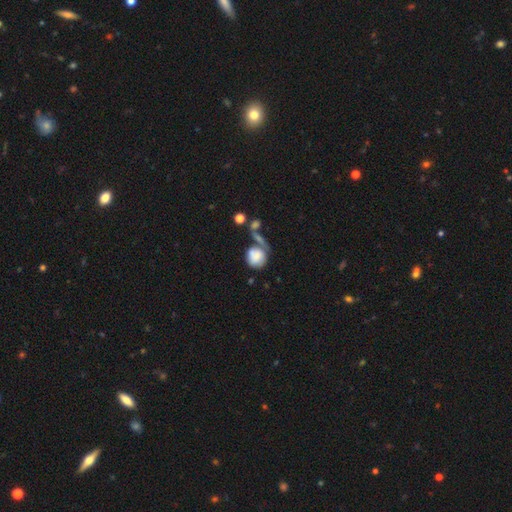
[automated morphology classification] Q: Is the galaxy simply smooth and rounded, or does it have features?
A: smooth — 75%.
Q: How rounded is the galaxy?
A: round — 76%.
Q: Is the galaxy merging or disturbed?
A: merger — 32%.